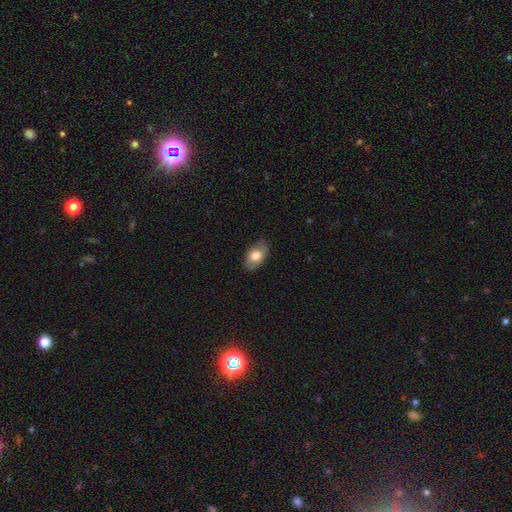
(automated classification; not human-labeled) smooth-or-featured: smooth: 74% | featured or disk: 19% | star or artifact: 7%
  how-rounded: in between: 90% | round: 9% | cigar-shaped: 2%
  merging: none: 81% | minor disturbance: 15% | major disturbance: 3% | merger: 1%